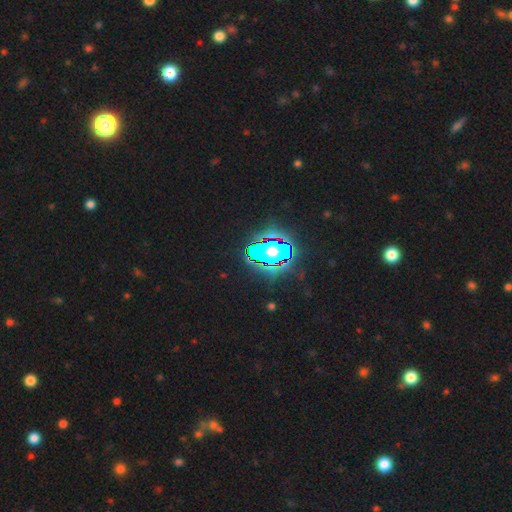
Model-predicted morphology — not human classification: smooth_or_featured: star or artifact (p=0.68) [alt: smooth p=0.17]